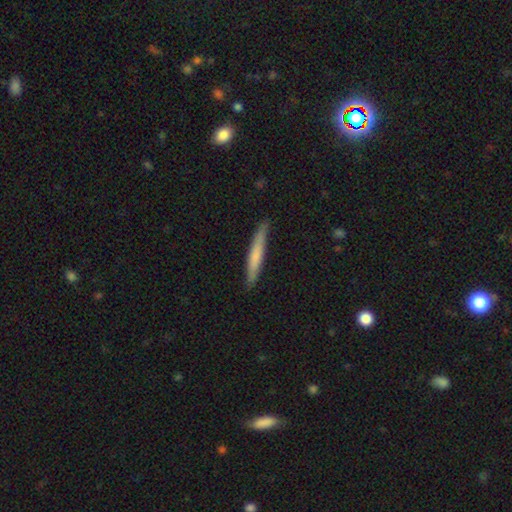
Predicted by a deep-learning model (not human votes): This appears to be a smooth galaxy with no disk features (67%) that is cigar-shaped (95%). Merging: none (86%).